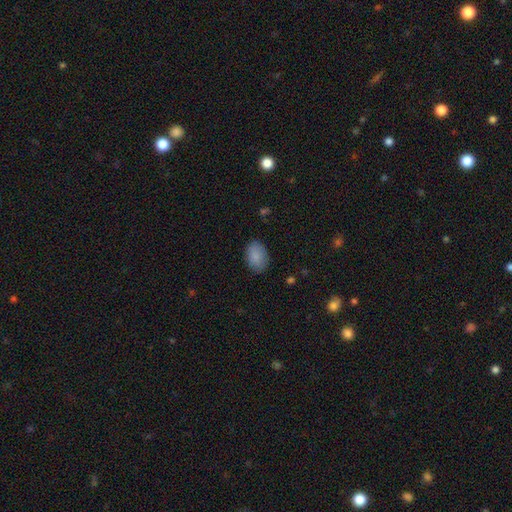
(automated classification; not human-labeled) Morphology: type=smooth (87%); roundness=in between (88%); merging=none (84%).